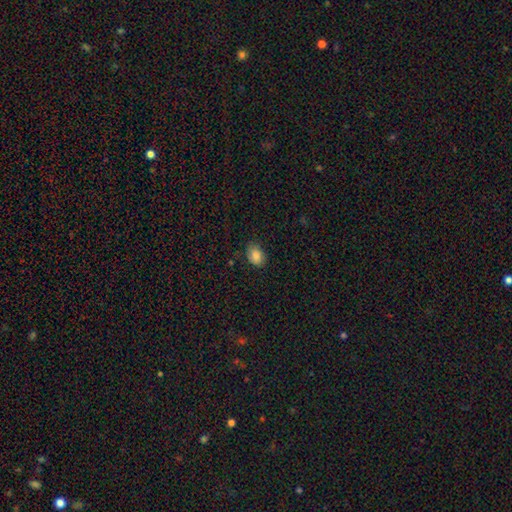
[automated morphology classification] A smooth galaxy with no disk features (85%) that is in between round and cigar-shaped (71%).

Vote fractions:
- Smooth or featured? smooth: 85% / star or artifact: 9% / featured or disk: 6%
- How rounded? in between: 71% / round: 28% / cigar-shaped: 1%
- Merging? none: 82% / minor disturbance: 14% / major disturbance: 3% / merger: 1%